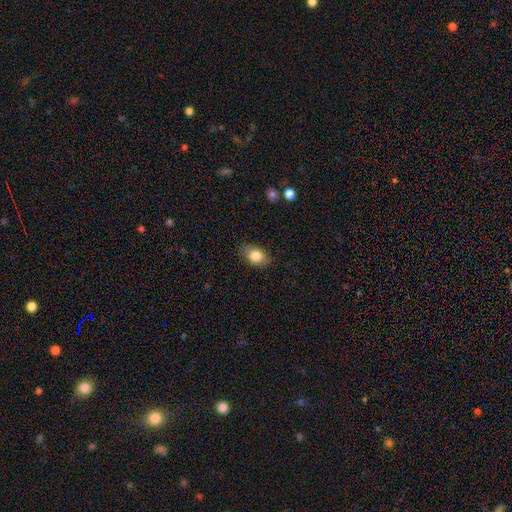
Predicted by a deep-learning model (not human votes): Smooth or featured? Predicted: smooth (p=0.82). How rounded? Predicted: in between (p=0.79). Merging? Predicted: none (p=0.82).